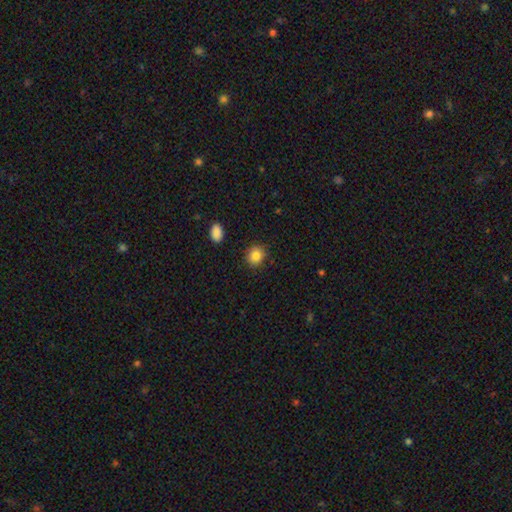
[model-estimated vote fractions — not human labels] smooth 86%, star or artifact 9%, featured or disk 5%. Down the decision tree: how rounded — round (78%); merging — none (86%).